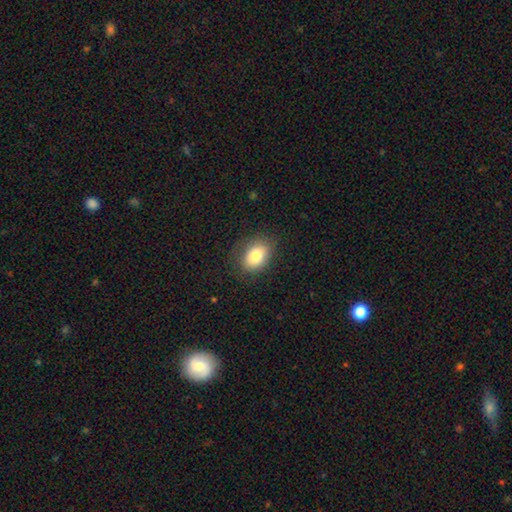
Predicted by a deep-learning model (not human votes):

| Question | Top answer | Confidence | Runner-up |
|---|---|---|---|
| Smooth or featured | smooth | 82% | featured or disk (10%) |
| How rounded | in between | 80% | round (19%) |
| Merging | none | 81% | minor disturbance (13%) |